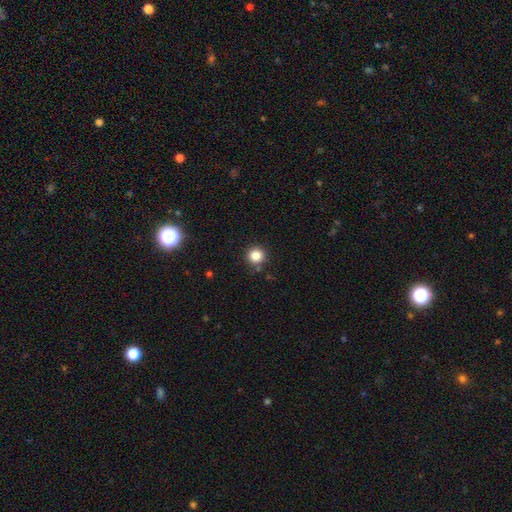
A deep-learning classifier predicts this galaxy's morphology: A smooth galaxy with no disk features (84%) that is round (93%).

Vote fractions:
- Smooth or featured? smooth: 84% / star or artifact: 12% / featured or disk: 4%
- How rounded? round: 93% / in between: 6% / cigar-shaped: 1%
- Merging? none: 86% / minor disturbance: 8% / merger: 3% / major disturbance: 2%